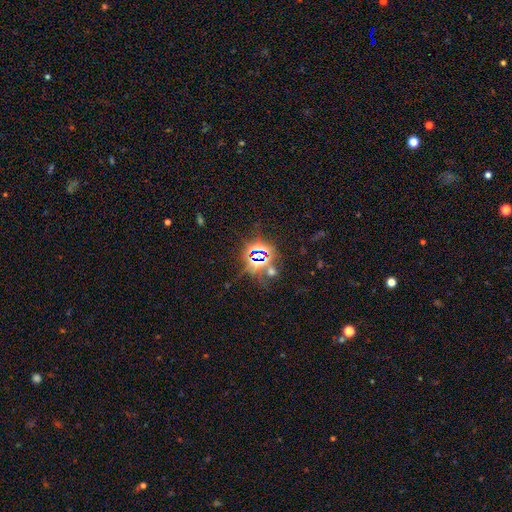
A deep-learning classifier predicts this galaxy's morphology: Overall: star or artifact (79%).